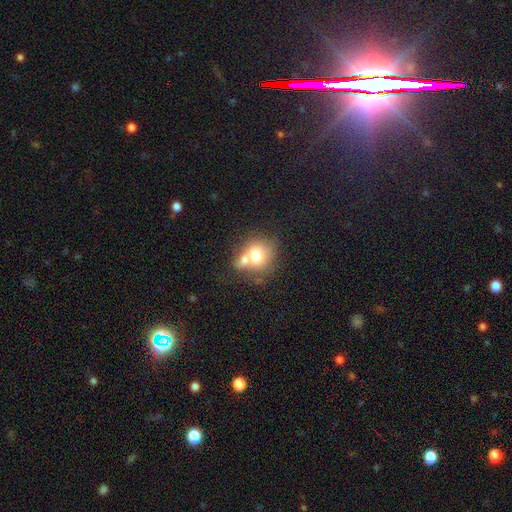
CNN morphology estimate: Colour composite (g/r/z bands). It shows a smooth galaxy with no disk features (70%) that is round (69%). Merging: merger (52%).